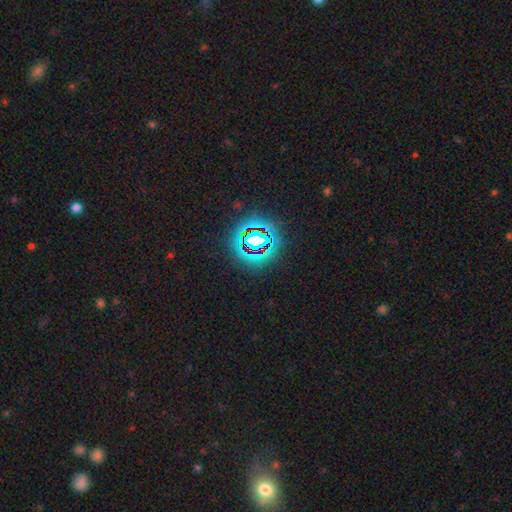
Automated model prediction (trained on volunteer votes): Smooth or featured? Predicted: star or artifact (p=0.80).